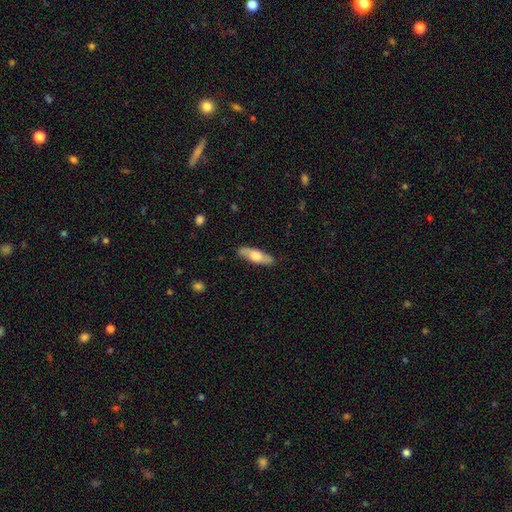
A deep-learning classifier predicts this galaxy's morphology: This is possibly a smooth galaxy (56%). How rounded: possibly cigar-shaped (51%). Merging: clearly none (87%).